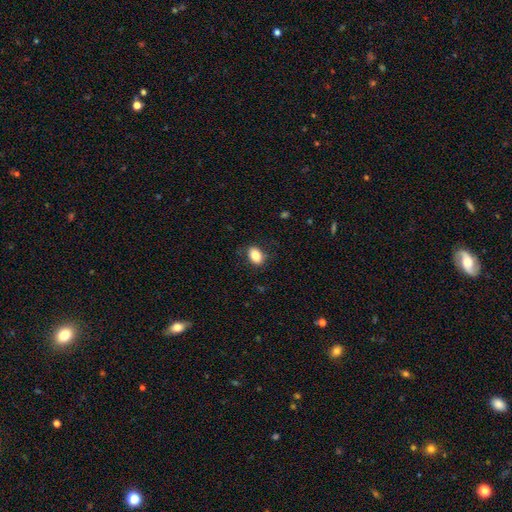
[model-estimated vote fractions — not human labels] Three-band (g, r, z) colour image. It shows a smooth galaxy with no disk features (83%) that is in between round and cigar-shaped (80%). Merging: none (83%).